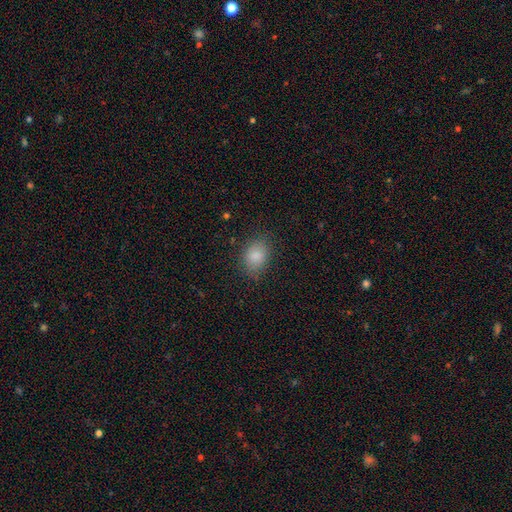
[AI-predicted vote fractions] A smooth galaxy with no disk features (86%) that is in between round and cigar-shaped (73%).

Vote fractions:
- Smooth or featured? smooth: 86% / star or artifact: 8% / featured or disk: 6%
- How rounded? in between: 73% / round: 26% / cigar-shaped: 1%
- Merging? none: 81% / minor disturbance: 14% / major disturbance: 4% / merger: 1%